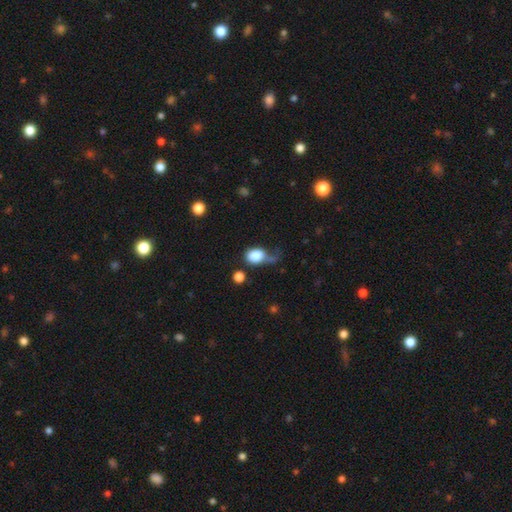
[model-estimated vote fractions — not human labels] Smooth or featured? smooth (81%)
How rounded? in between (59%)
Merging? none (32%)